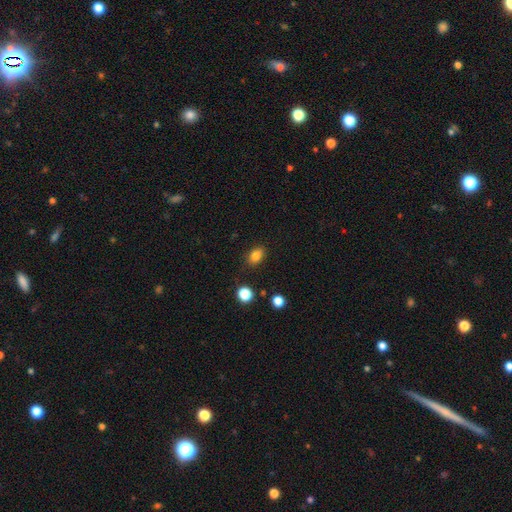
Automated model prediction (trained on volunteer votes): A smooth galaxy with no disk features (84%) that is in between round and cigar-shaped (74%). Merging: none (85%).